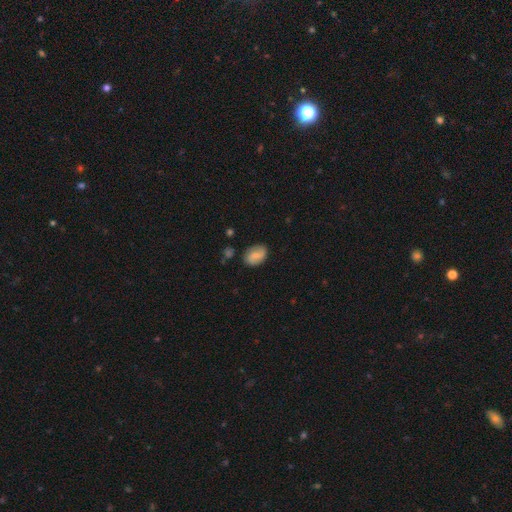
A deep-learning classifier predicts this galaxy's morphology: Smooth or featured?
  - smooth: 63% *
  - featured or disk: 29%
  - star or artifact: 8%
How rounded?
  - in between: 79% *
  - round: 19%
  - cigar-shaped: 2%
Merging?
  - none: 76% *
  - minor disturbance: 17%
  - major disturbance: 4%
  - merger: 3%